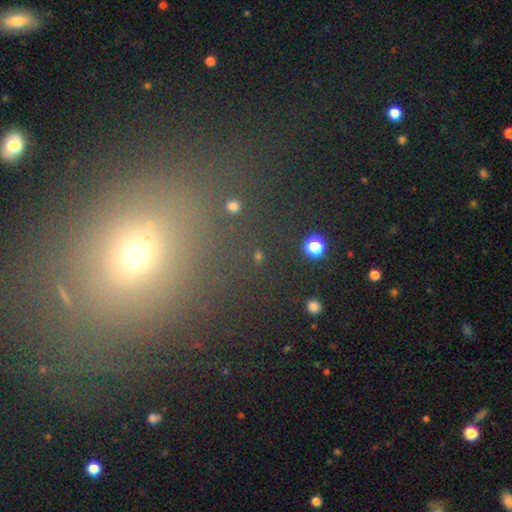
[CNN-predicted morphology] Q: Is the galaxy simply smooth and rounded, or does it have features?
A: star or artifact — 44%.